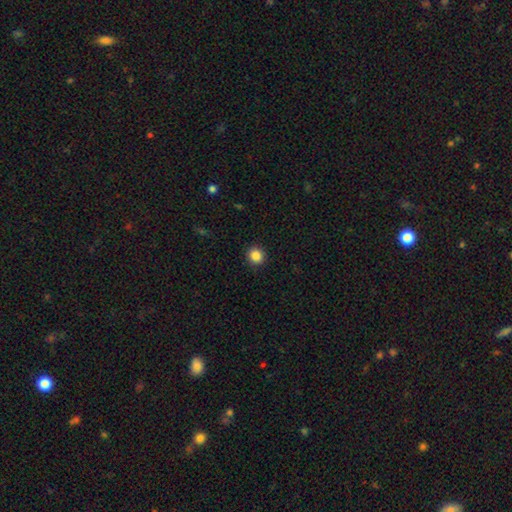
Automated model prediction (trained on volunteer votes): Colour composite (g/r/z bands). It shows a smooth galaxy with no disk features (86%) that is round (88%). Merging: none (92%).